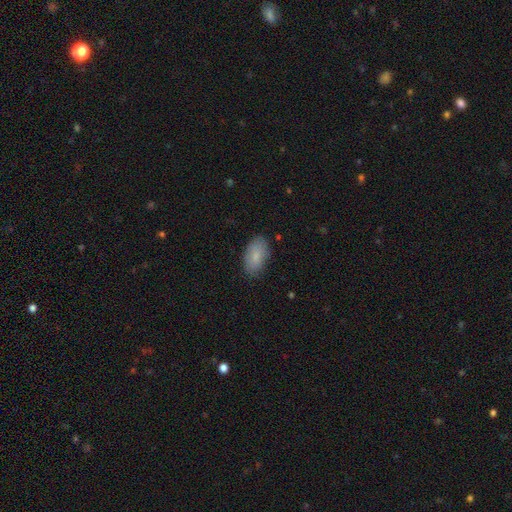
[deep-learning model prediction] This appears to be a smooth galaxy with no disk features (84%) that is in between round and cigar-shaped (94%). Merging: none (83%).